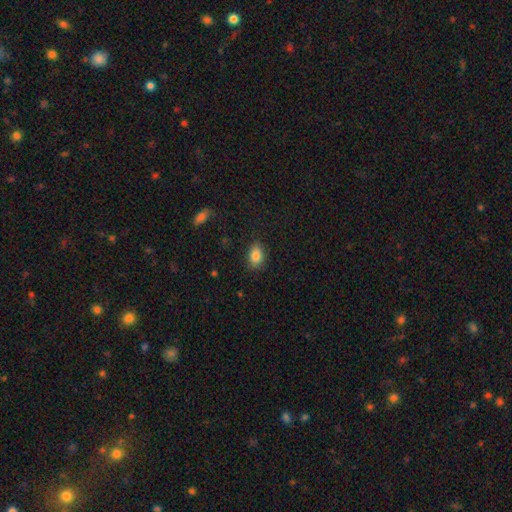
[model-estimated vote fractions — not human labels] Smooth or featured? Predicted: smooth (p=0.84). How rounded? Predicted: in between (p=0.79). Merging? Predicted: none (p=0.84).